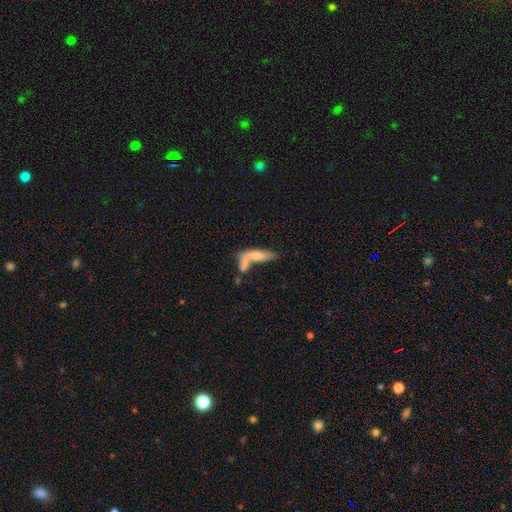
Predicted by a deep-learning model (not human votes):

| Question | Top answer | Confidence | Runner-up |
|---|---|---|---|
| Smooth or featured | smooth | 66% | featured or disk (27%) |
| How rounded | cigar-shaped | 55% | in between (43%) |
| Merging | merger | 53% | none (26%) |